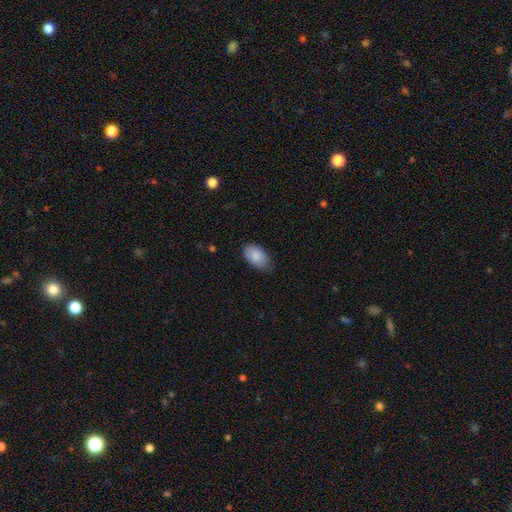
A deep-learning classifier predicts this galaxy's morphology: type=smooth (88%); roundness=in between (93%); merging=none (65%).